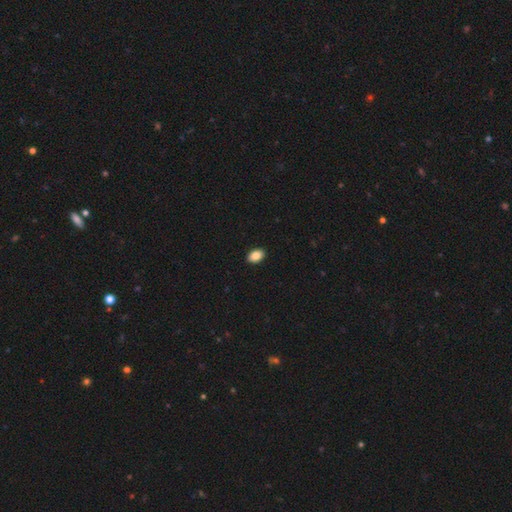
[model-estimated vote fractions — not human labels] smooth_or_featured: smooth (p=0.87) [alt: star or artifact p=0.08]
how_rounded: in between (p=0.89) [alt: round p=0.10]
merging: none (p=0.92) [alt: minor disturbance p=0.06]